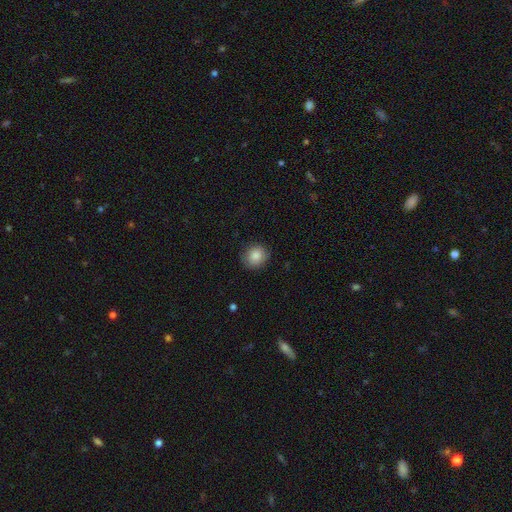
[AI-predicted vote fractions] Smooth or featured: smooth — 86% (star or artifact — 8%)
How rounded: round — 79% (in between — 20%)
Merging: none — 86% (minor disturbance — 11%)